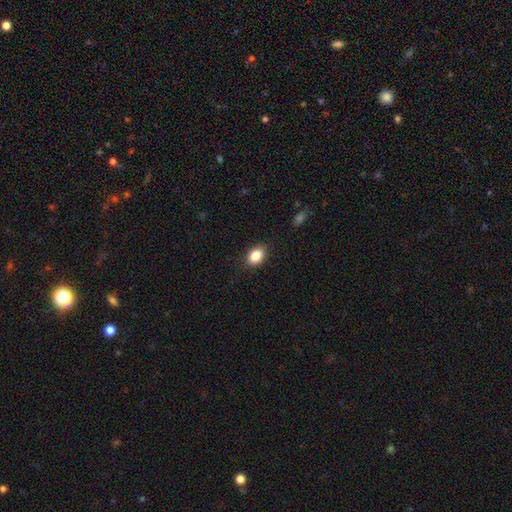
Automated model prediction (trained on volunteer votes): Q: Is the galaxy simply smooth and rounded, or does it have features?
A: smooth — 86%.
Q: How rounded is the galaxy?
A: in between — 79%.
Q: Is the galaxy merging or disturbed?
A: none — 87%.